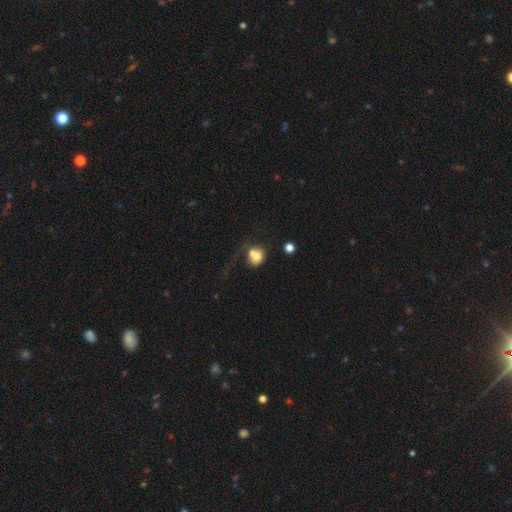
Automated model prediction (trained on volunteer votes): The model was most divided on "how rounded": round: 54%, in between: 45%, cigar-shaped: 1%. Remaining: smooth or featured — smooth (66%); merging — merger (42%).